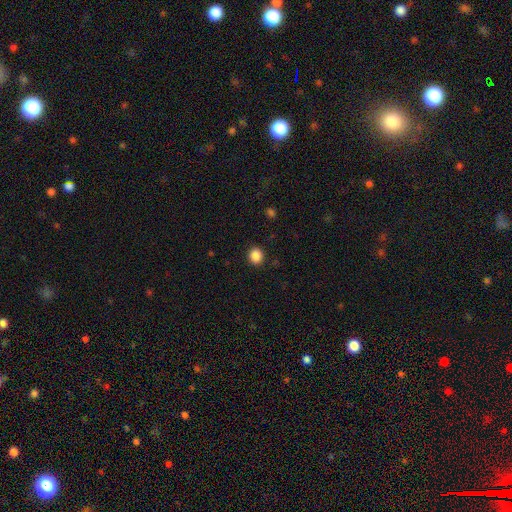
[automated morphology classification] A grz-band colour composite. It shows a smooth galaxy with no disk features (87%) that is round (84%). Merging: none (91%).